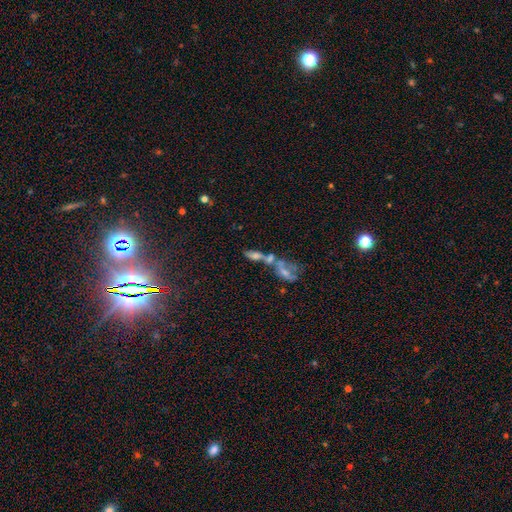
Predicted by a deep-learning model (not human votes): This appears to be a smooth galaxy with no disk features (51%) that is in between round and cigar-shaped (61%). Merging: merger (67%).